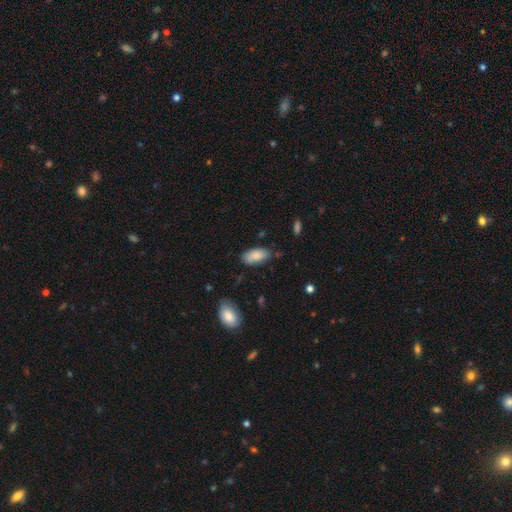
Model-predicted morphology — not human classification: Smooth or featured?
  - smooth: 86% *
  - featured or disk: 7%
  - star or artifact: 7%
How rounded?
  - in between: 93% *
  - cigar-shaped: 5%
  - round: 2%
Merging?
  - none: 73% *
  - minor disturbance: 21%
  - major disturbance: 4%
  - merger: 3%